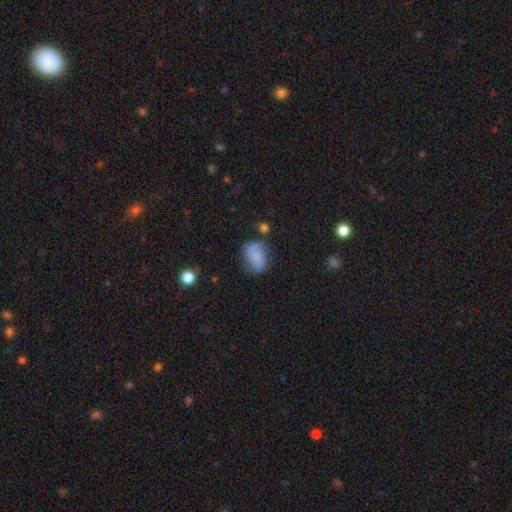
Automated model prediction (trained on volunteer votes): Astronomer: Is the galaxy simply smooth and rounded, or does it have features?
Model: featured or disk — 49% (runner-up: smooth, 41%).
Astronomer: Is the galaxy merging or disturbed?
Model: none — 51% (runner-up: minor disturbance, 27%).